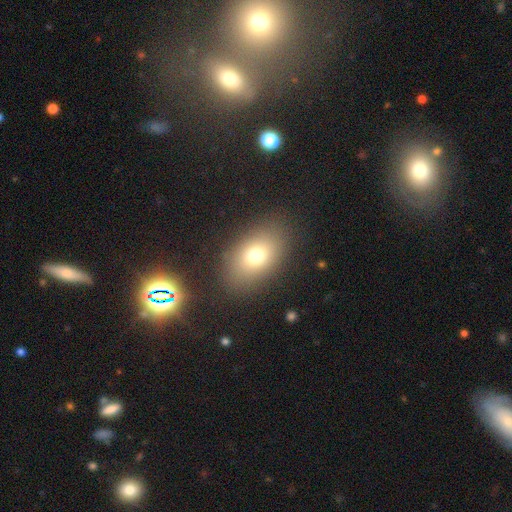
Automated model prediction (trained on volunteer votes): A smooth galaxy with no disk features (73%) that is in between round and cigar-shaped (82%).

Vote fractions:
- Smooth or featured? smooth: 73% / featured or disk: 14% / star or artifact: 13%
- How rounded? in between: 82% / round: 17% / cigar-shaped: 2%
- Merging? none: 83% / minor disturbance: 10% / major disturbance: 5% / merger: 2%